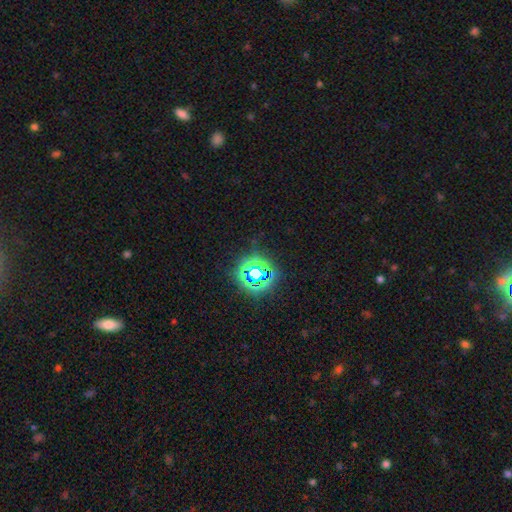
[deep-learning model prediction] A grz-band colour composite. It shows a star or artifact, not a galaxy (78%).